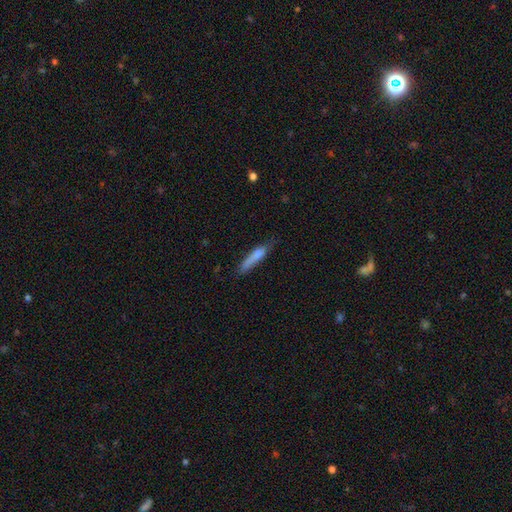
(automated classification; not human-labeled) smooth 74%, featured or disk 19%, star or artifact 7%. Down the decision tree: how rounded — cigar-shaped (86%); merging — none (57%).